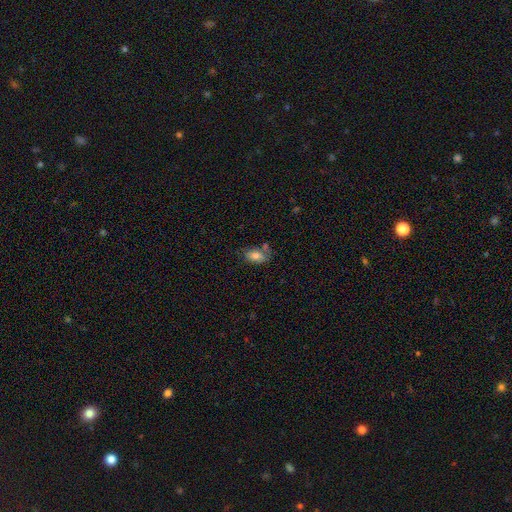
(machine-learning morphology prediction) Smooth or featured?
  - smooth: 78% *
  - featured or disk: 14%
  - star or artifact: 8%
How rounded?
  - in between: 89% *
  - round: 9%
  - cigar-shaped: 2%
Merging?
  - none: 56% *
  - minor disturbance: 22%
  - merger: 15%
  - major disturbance: 7%